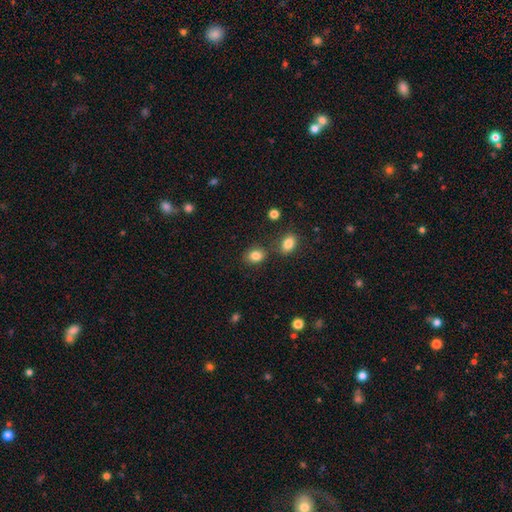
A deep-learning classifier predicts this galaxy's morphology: This appears to be a smooth galaxy with no disk features (84%) that is in between round and cigar-shaped (59%). Merging: none (75%).